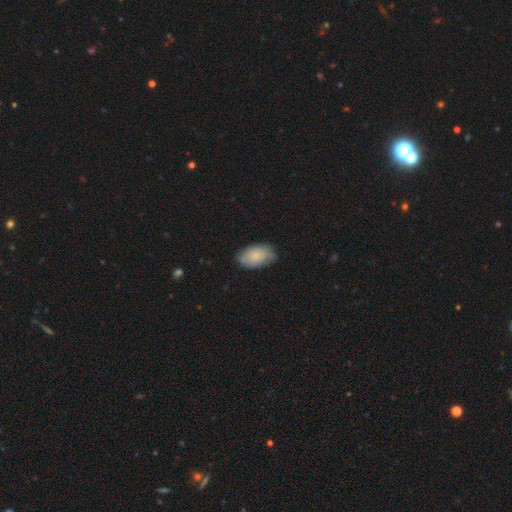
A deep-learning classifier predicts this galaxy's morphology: Smooth or featured: smooth — 77% (featured or disk — 17%)
How rounded: in between — 94% (round — 5%)
Merging: none — 73% (minor disturbance — 22%)